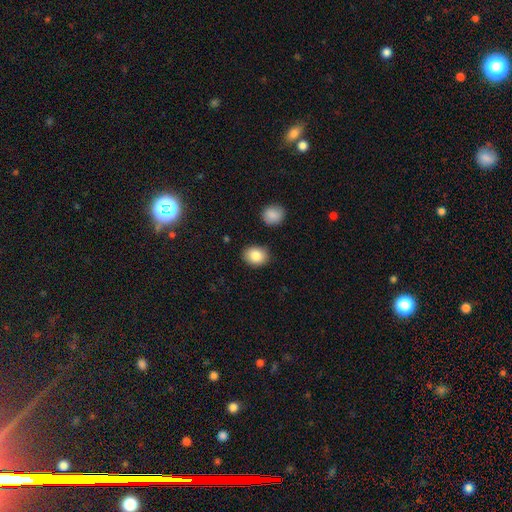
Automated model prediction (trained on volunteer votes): A smooth galaxy with no disk features (85%) that is in between round and cigar-shaped (51%).

Vote fractions:
- Smooth or featured? smooth: 85% / star or artifact: 8% / featured or disk: 7%
- How rounded? in between: 51% / round: 48% / cigar-shaped: 1%
- Merging? none: 85% / minor disturbance: 10% / merger: 3% / major disturbance: 2%